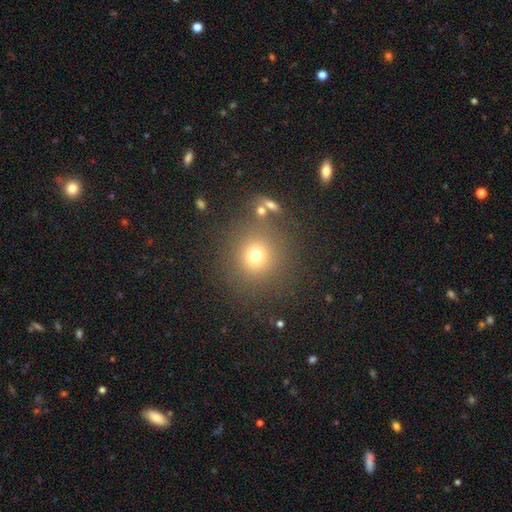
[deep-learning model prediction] A smooth galaxy with no disk features (72%) that is round (92%). Merging: none (81%).